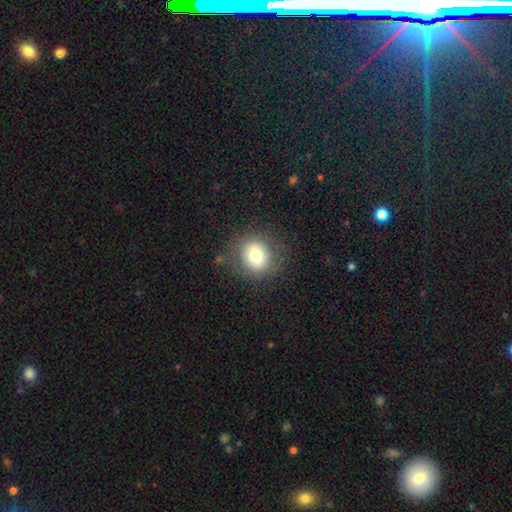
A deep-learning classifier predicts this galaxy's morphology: Overall: smooth (72%). How rounded: round (84%). Merging: none (82%).